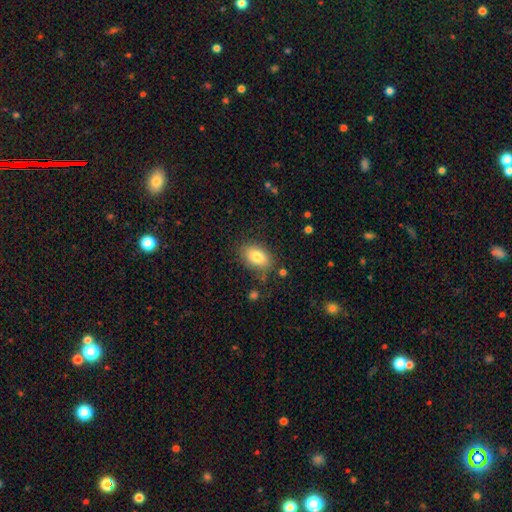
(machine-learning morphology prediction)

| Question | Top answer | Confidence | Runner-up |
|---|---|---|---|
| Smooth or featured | smooth | 81% | featured or disk (11%) |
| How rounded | in between | 88% | round (11%) |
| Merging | none | 79% | minor disturbance (14%) |